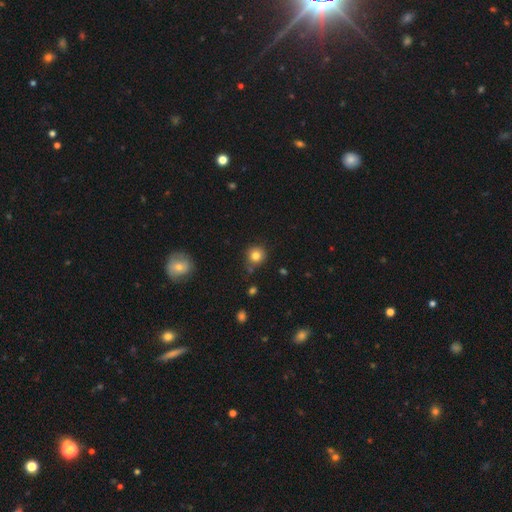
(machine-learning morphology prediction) smooth 82%, star or artifact 12%, featured or disk 7%. Down the decision tree: how rounded — round (91%); merging — none (79%).